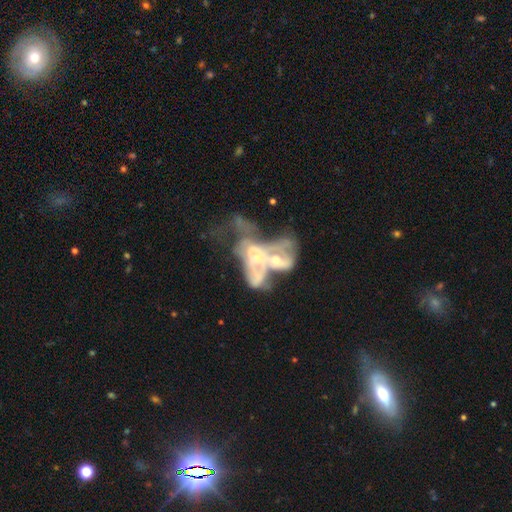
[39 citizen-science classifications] This is clearly a featured or disk galaxy (82%). It is clearly not viewed edge-on (100%). Bar: clearly no (91%). Spiral arm pattern: possibly yes (59%). Spiral arm count: likely can't tell (63%). Spiral winding: possibly medium (47%). Central bulge: clearly moderate (84%). Merging: clearly merger (92%).